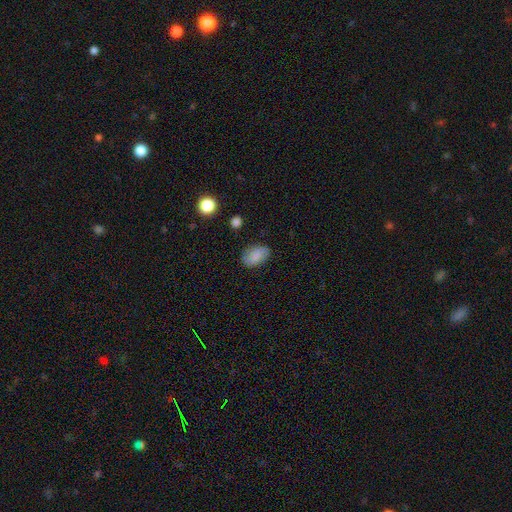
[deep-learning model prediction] Q: Smooth or featured?
A: smooth (81%); runner-up: featured or disk (11%)
Q: How rounded?
A: in between (89%); runner-up: round (9%)
Q: Merging?
A: none (79%); runner-up: minor disturbance (16%)